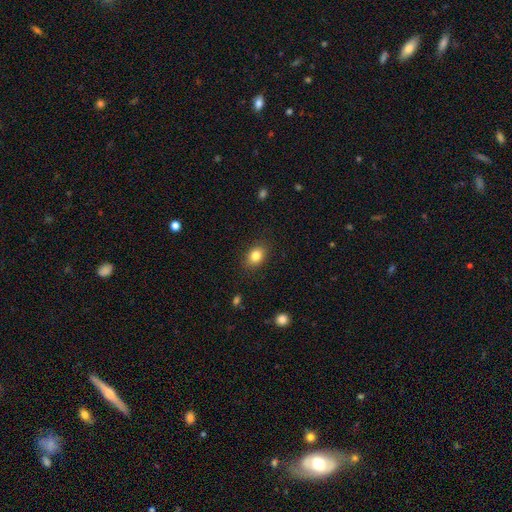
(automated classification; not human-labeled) A smooth galaxy with no disk features (83%) that is in between round and cigar-shaped (69%). Merging: none (86%).